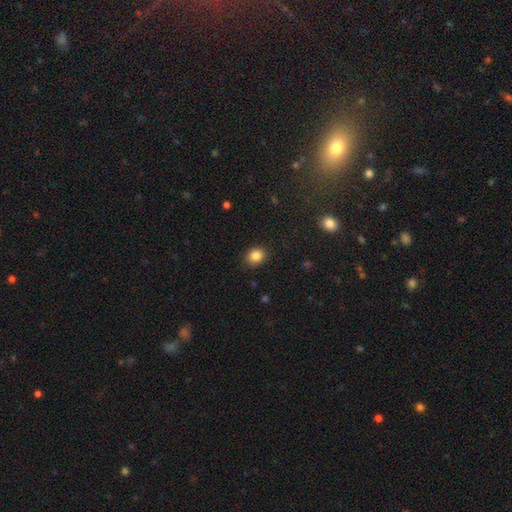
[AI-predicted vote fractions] A smooth galaxy with no disk features (85%) that is round (65%). Merging: none (85%).